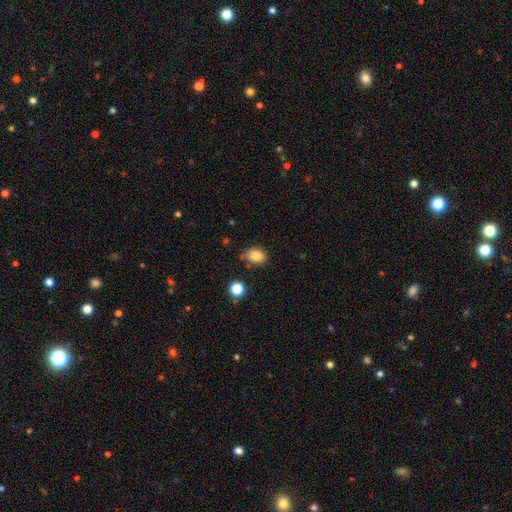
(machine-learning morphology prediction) Smooth or featured? smooth (83%)
How rounded? in between (72%)
Merging? none (70%)